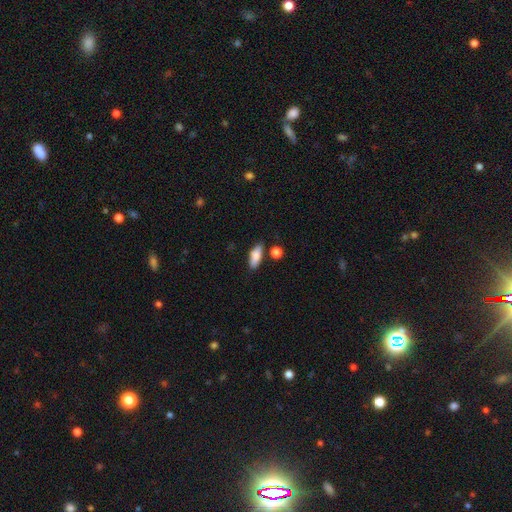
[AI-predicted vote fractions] smooth-or-featured: smooth: 83% | featured or disk: 10% | star or artifact: 7%
  how-rounded: in between: 74% | cigar-shaped: 23% | round: 4%
  merging: none: 74% | minor disturbance: 15% | merger: 7% | major disturbance: 4%